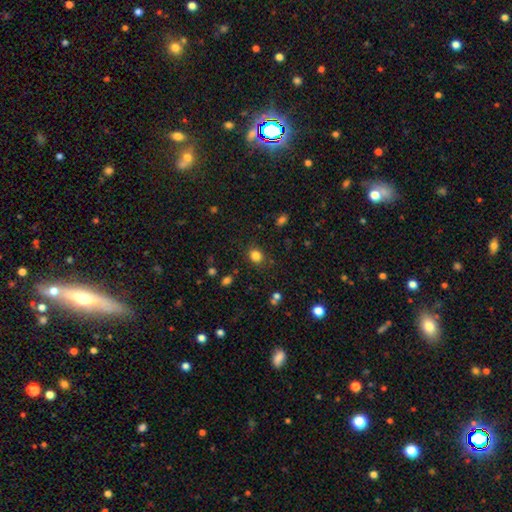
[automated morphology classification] A smooth galaxy with no disk features (83%) that is round (71%). Merging: none (85%).